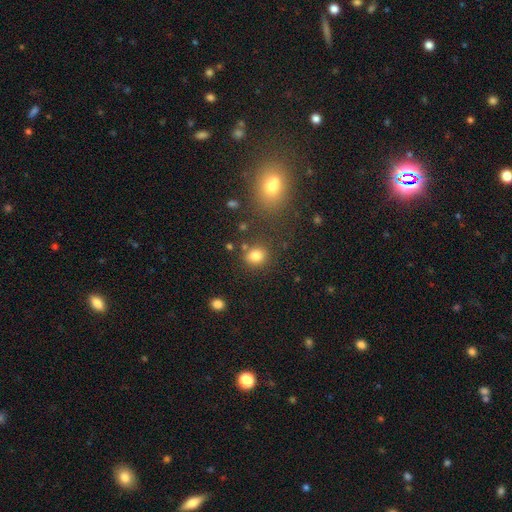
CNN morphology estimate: The model was most divided on "how rounded": round: 70%, in between: 29%, cigar-shaped: 1%. More confident: smooth or featured — smooth (80%); merging — none (77%).